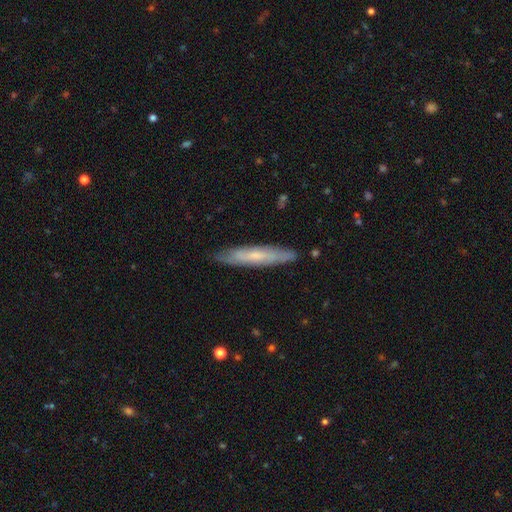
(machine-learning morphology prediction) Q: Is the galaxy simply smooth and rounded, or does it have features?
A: smooth — 50%.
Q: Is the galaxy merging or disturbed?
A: none — 85%.